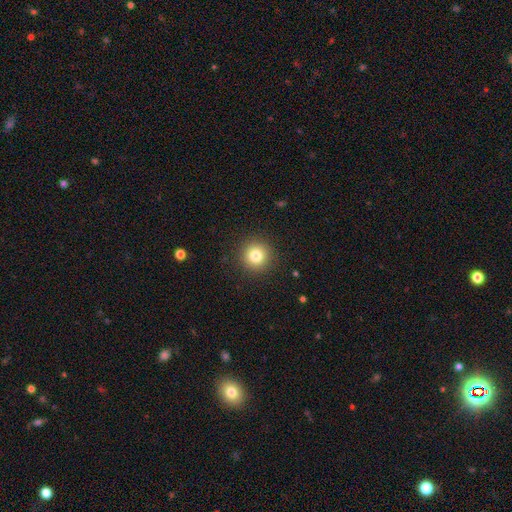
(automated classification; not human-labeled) This is clearly a smooth galaxy (81%). How rounded: clearly round (95%). Merging: clearly none (91%).